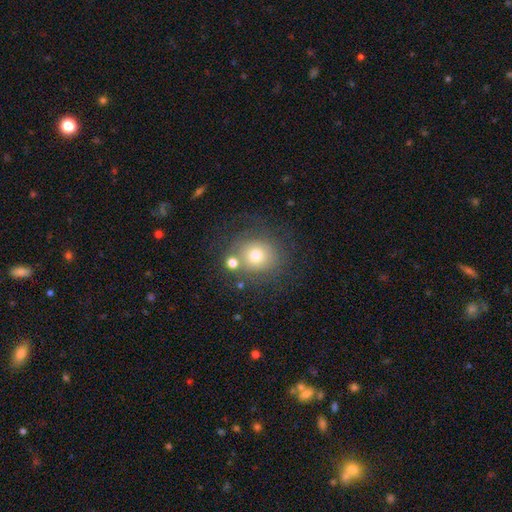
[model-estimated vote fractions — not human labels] Smooth or featured? Predicted: smooth (p=0.69). How rounded? Predicted: round (p=0.82). Merging? Predicted: none (p=0.64).